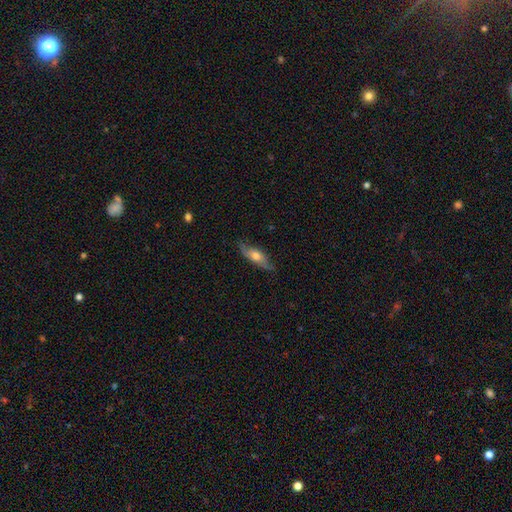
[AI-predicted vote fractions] Overall: smooth (53%; featured or disk 41%). How rounded: in between (54%; cigar-shaped 43%). Merging: none (74%).